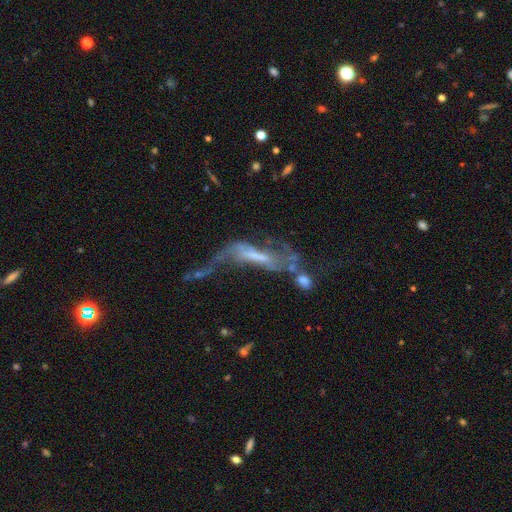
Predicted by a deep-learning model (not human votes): Q: Smooth or featured?
A: featured or disk (68%); runner-up: smooth (19%)
Q: Edge-on disk?
A: no (80%); runner-up: yes (20%)
Q: Bar?
A: no (36%); runner-up: weak (33%)
Q: Spiral arms?
A: yes (62%); runner-up: no (38%)
Q: Bulge size?
A: none (35%); runner-up: small (32%)
Q: Merging?
A: major disturbance (35%); runner-up: merger (31%)